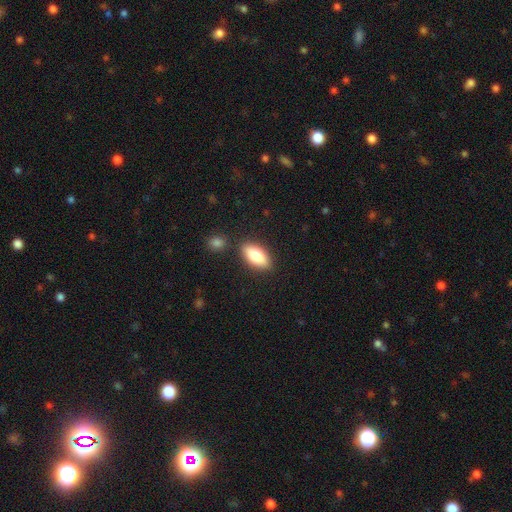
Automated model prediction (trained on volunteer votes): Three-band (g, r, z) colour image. It shows a smooth galaxy with no disk features (79%) that is in between round and cigar-shaped (86%). Merging: none (83%).